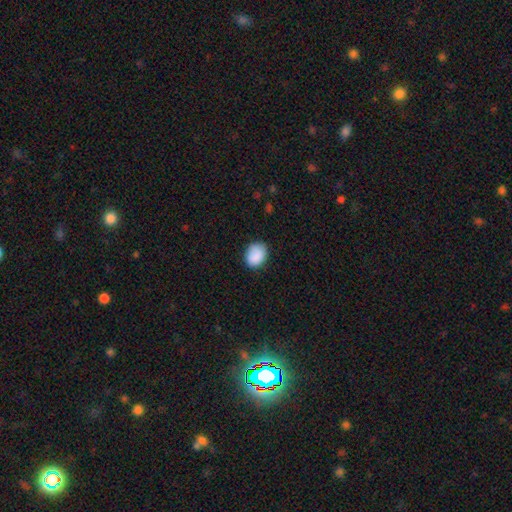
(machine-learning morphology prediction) smooth 89%, star or artifact 7%, featured or disk 4%. Down the decision tree: how rounded — in between (61%); merging — none (79%).